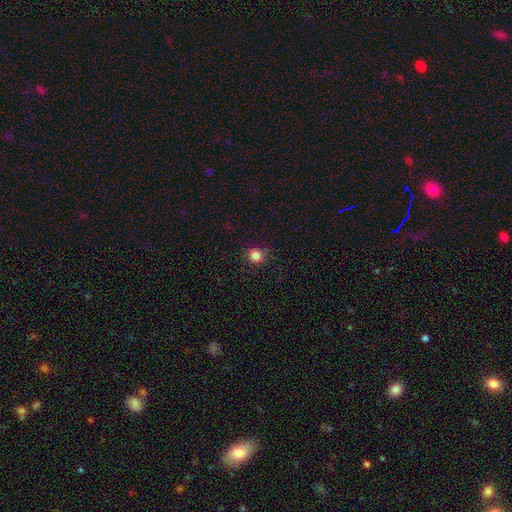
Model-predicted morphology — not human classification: Q: Smooth or featured?
A: smooth (84%); runner-up: star or artifact (12%)
Q: How rounded?
A: round (90%); runner-up: in between (9%)
Q: Merging?
A: none (88%); runner-up: minor disturbance (8%)